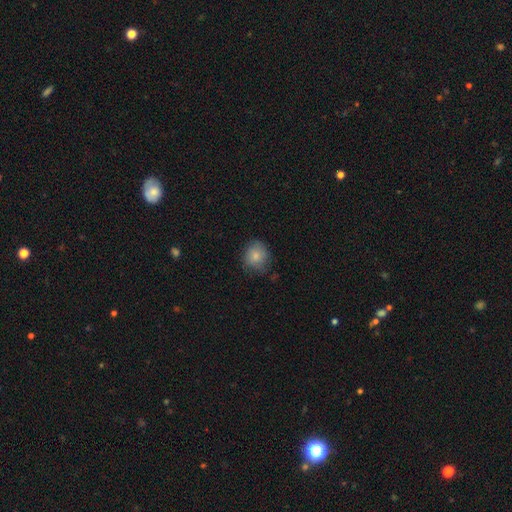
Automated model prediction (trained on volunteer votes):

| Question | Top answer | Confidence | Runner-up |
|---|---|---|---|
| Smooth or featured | smooth | 80% | featured or disk (11%) |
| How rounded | round | 81% | in between (18%) |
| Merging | none | 69% | minor disturbance (24%) |